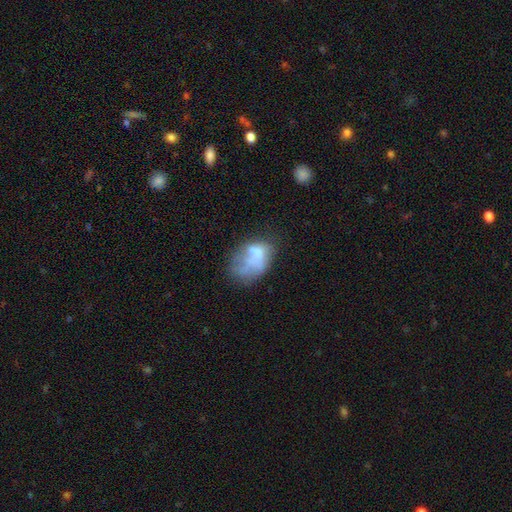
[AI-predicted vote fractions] Smooth or featured? smooth (52%)
How rounded? in between (80%)
Merging? major disturbance (31%)